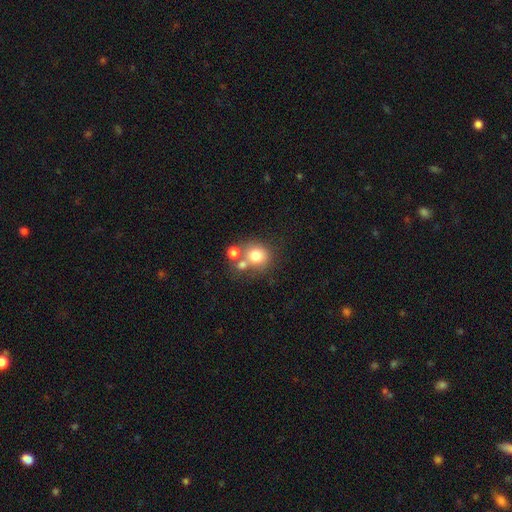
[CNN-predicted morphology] Smooth or featured? Predicted: smooth (p=0.74). How rounded? Predicted: round (p=0.82). Merging? Predicted: none (p=0.53).